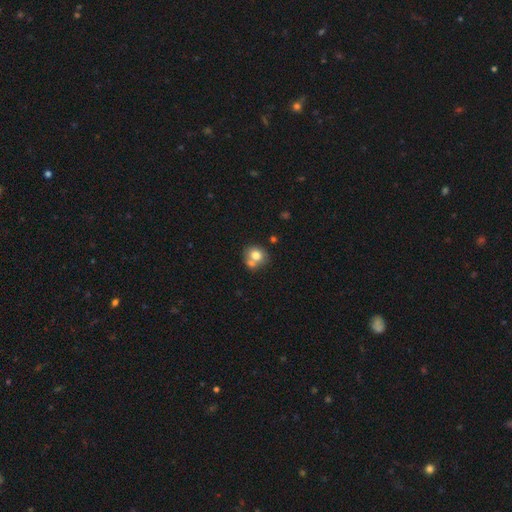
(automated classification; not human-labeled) Smooth or featured? Predicted: smooth (p=0.75). How rounded? Predicted: round (p=0.73). Merging? Predicted: none (p=0.45).